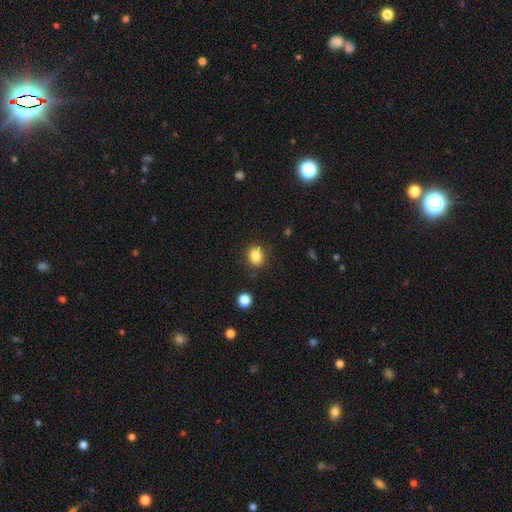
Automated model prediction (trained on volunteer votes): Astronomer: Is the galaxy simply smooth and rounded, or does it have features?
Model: smooth — 84%.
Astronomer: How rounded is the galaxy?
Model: round — 59% (runner-up: in between, 40%).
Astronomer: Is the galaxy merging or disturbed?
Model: none — 84%.